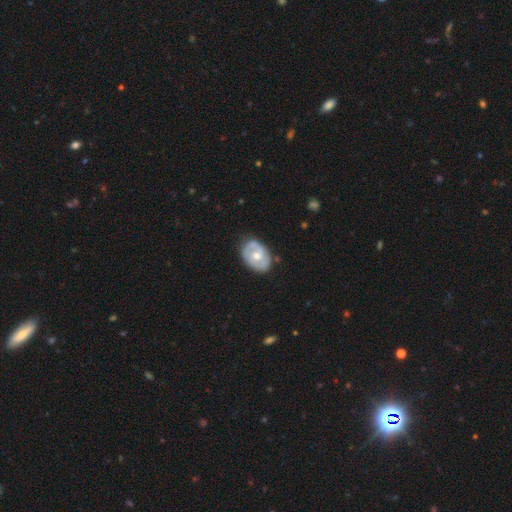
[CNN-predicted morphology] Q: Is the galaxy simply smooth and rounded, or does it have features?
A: featured or disk — 62%.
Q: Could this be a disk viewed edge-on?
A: no — 95%.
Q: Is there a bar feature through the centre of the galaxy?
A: no — 71%.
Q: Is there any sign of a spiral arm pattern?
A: yes — 54%.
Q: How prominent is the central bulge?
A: moderate — 73%.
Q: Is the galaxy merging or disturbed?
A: none — 73%.